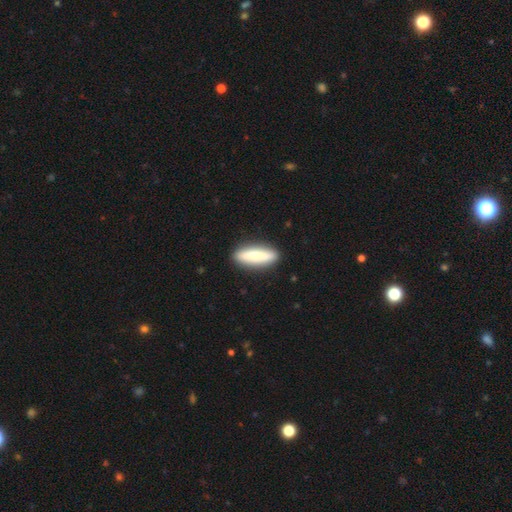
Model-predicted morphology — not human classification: Smooth or featured?
  - smooth: 77% *
  - featured or disk: 18%
  - star or artifact: 6%
How rounded?
  - cigar-shaped: 68% *
  - in between: 30%
  - round: 2%
Merging?
  - none: 89% *
  - minor disturbance: 8%
  - major disturbance: 2%
  - merger: 1%